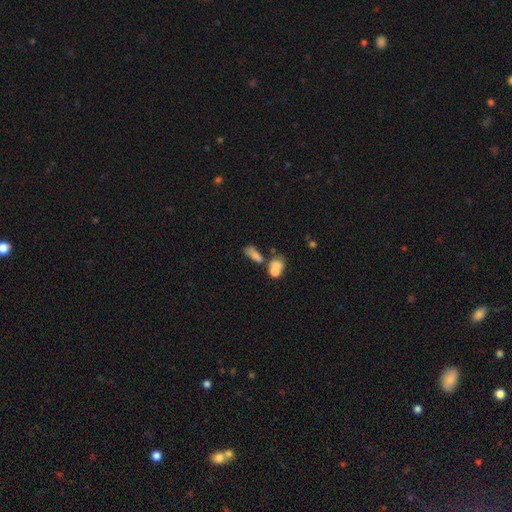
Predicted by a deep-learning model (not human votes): Q: Smooth or featured?
A: smooth (62%); runner-up: featured or disk (19%)
Q: How rounded?
A: in between (73%); runner-up: round (15%)
Q: Merging?
A: merger (40%); runner-up: none (39%)